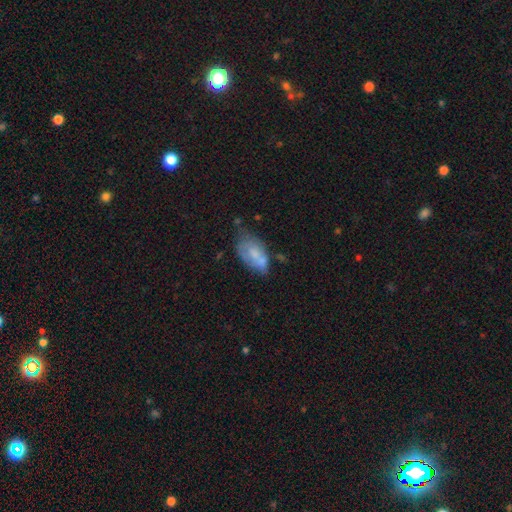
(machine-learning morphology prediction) type=smooth (57%); roundness=in between (92%); merging=none (35%).